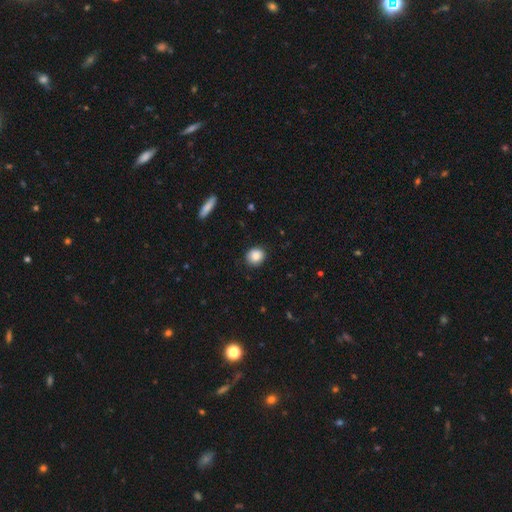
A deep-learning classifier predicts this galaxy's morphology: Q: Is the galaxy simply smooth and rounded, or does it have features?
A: smooth — 86%.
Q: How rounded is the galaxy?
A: round — 81%.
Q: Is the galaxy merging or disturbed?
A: none — 87%.